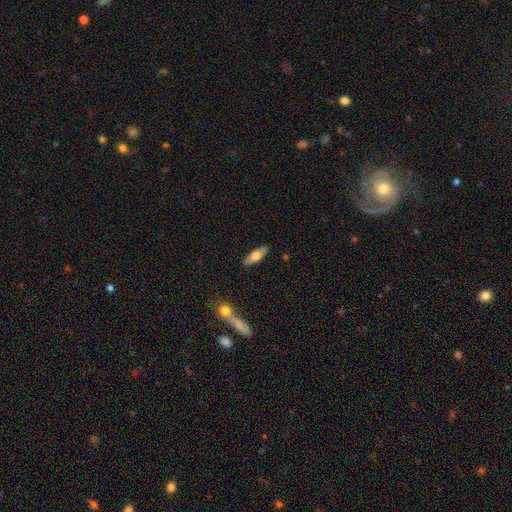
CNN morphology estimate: This appears to be a smooth galaxy with no disk features (63%) that is in between round and cigar-shaped (58%). Merging: none (85%).